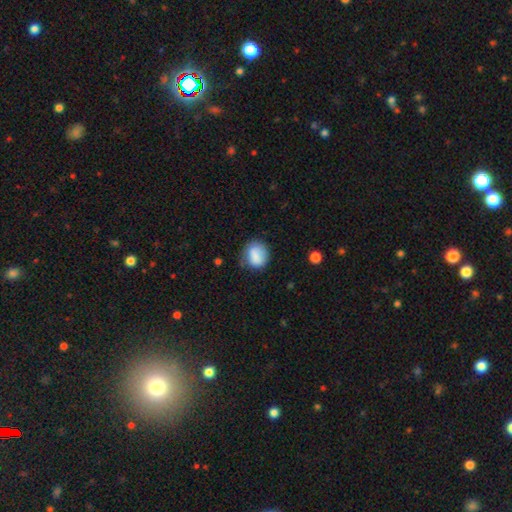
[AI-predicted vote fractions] This appears to be a smooth galaxy with no disk features (84%) that is round (59%). Merging: none (64%).